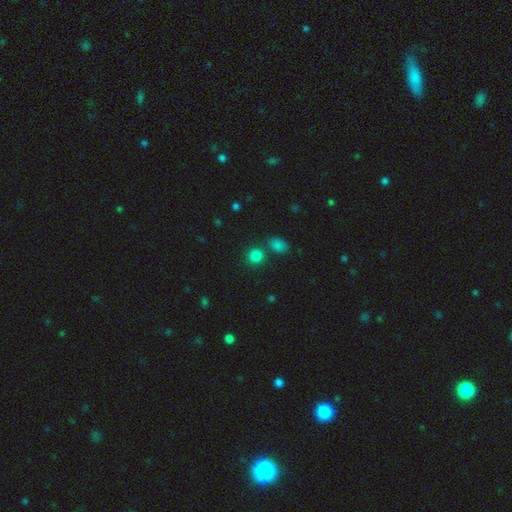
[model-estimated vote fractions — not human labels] Smooth or featured? smooth (81%)
How rounded? round (86%)
Merging? none (72%)